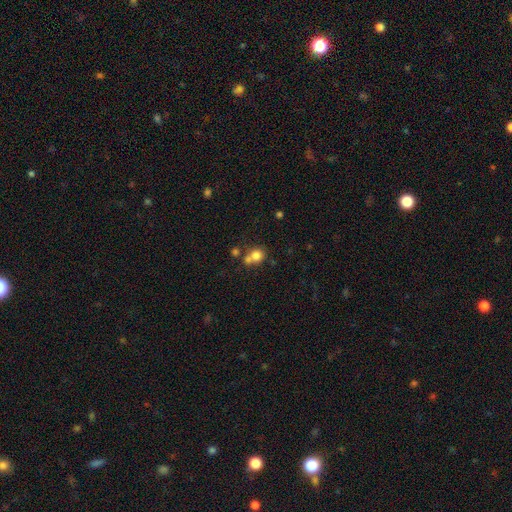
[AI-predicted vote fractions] The model was most divided on "merging": none: 45%, merger: 42%, minor disturbance: 9%, major disturbance: 4%. More confident: how rounded — round (80%); smooth or featured — smooth (77%).